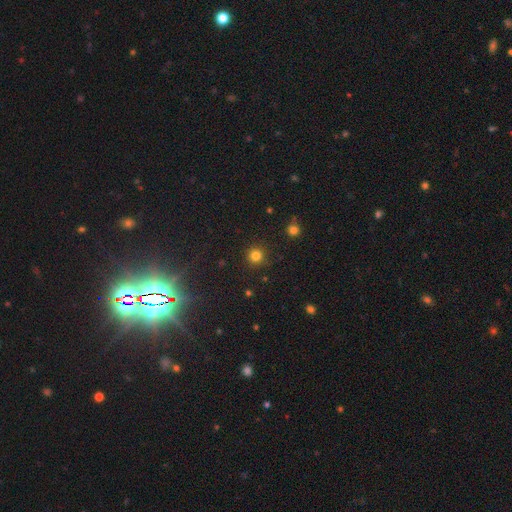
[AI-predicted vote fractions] Smooth or featured: smooth — 80% (star or artifact — 16%)
How rounded: round — 95% (in between — 4%)
Merging: none — 91% (minor disturbance — 6%)